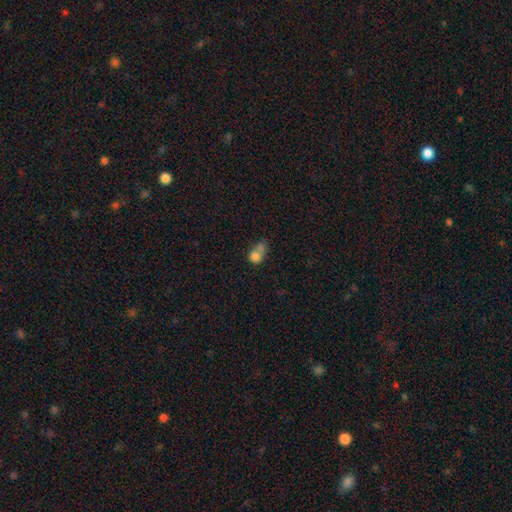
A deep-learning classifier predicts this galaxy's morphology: type=smooth (76%); roundness=round (63%); merging=merger (47%).